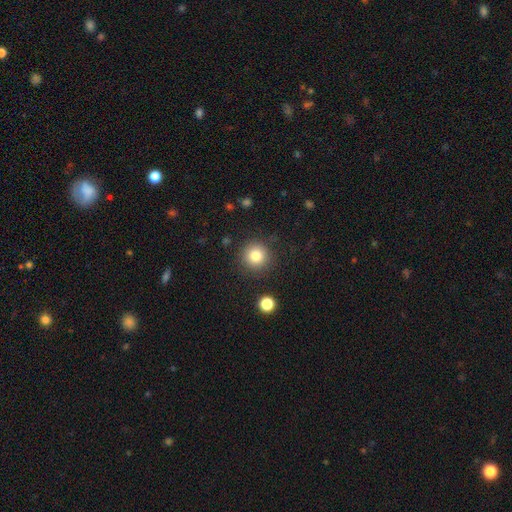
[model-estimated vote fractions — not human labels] Smooth or featured? Predicted: smooth (p=0.82). How rounded? Predicted: round (p=0.95). Merging? Predicted: none (p=0.87).